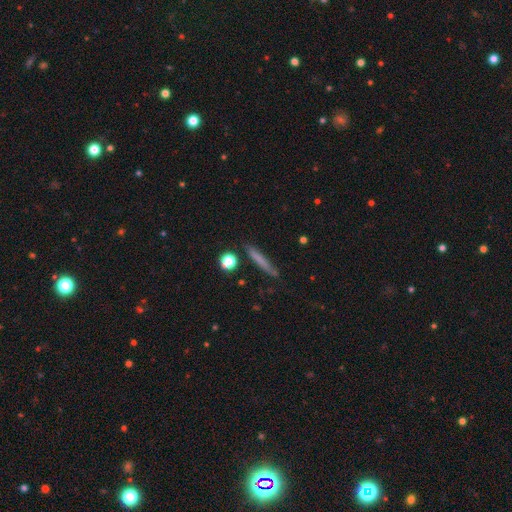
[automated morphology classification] Smooth or featured?
  - smooth: 66% *
  - featured or disk: 25%
  - star or artifact: 9%
How rounded?
  - cigar-shaped: 92% *
  - in between: 4%
  - round: 4%
Merging?
  - none: 84% *
  - minor disturbance: 10%
  - merger: 3%
  - major disturbance: 3%